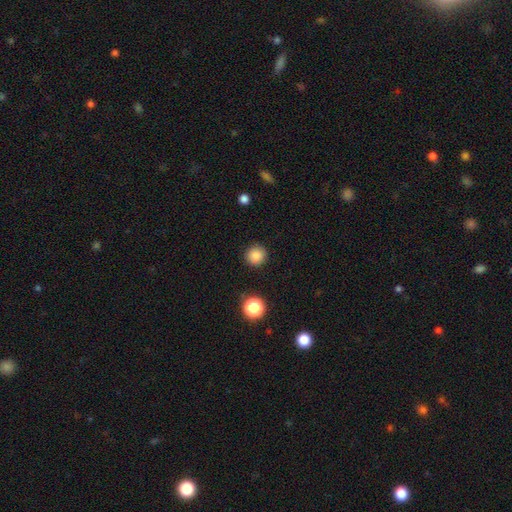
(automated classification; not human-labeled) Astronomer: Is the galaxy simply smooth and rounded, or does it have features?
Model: smooth — 85%.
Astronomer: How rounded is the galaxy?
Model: round — 91%.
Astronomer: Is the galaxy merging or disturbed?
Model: none — 88%.